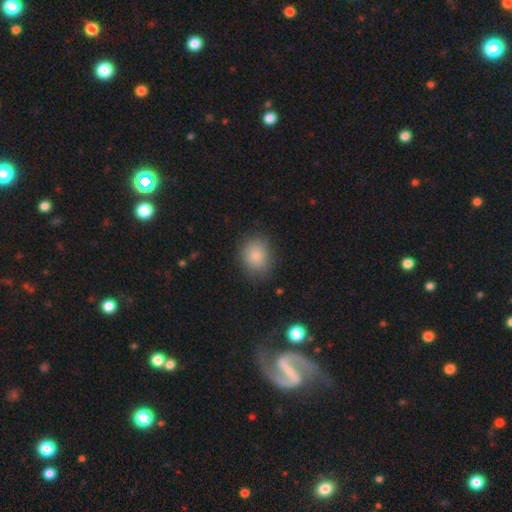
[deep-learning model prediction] A smooth galaxy with no disk features (85%) that is round (63%).

Vote fractions:
- Smooth or featured? smooth: 85% / star or artifact: 9% / featured or disk: 6%
- How rounded? round: 63% / in between: 36% / cigar-shaped: 1%
- Merging? none: 83% / minor disturbance: 12% / major disturbance: 4% / merger: 1%